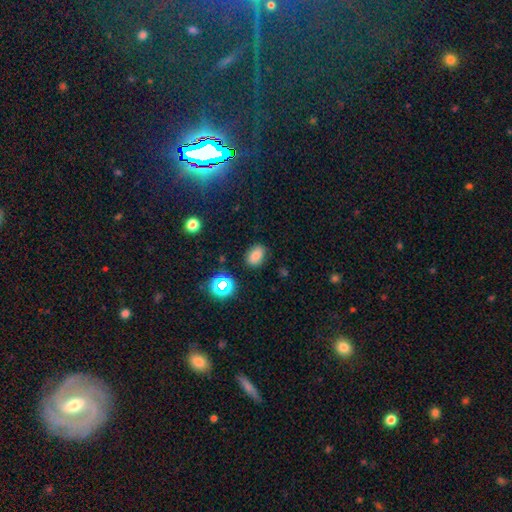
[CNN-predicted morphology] smooth-or-featured: smooth: 77% | star or artifact: 17% | featured or disk: 7%
  how-rounded: in between: 75% | round: 24% | cigar-shaped: 1%
  merging: none: 82% | minor disturbance: 13% | major disturbance: 3% | merger: 2%